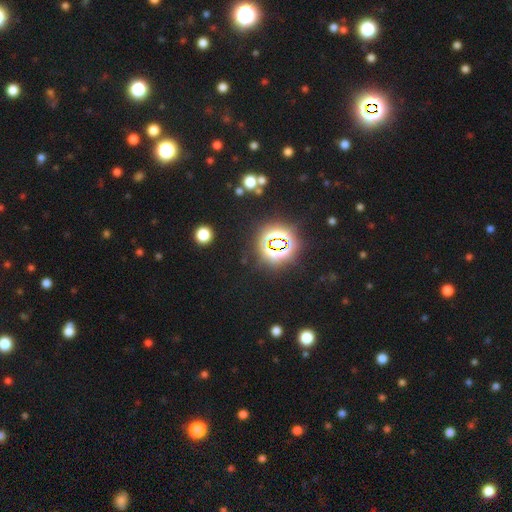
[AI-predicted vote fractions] A star or artifact, not a galaxy (76%).